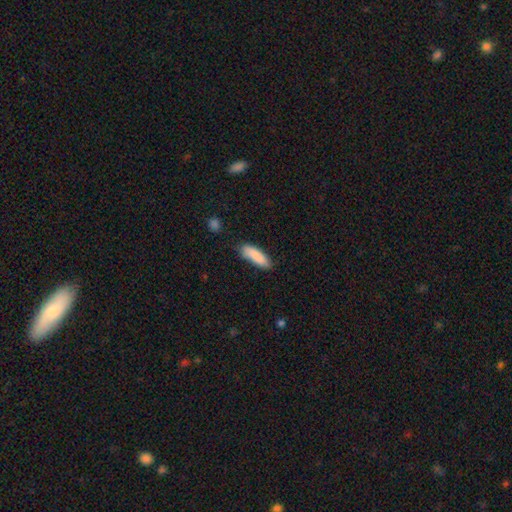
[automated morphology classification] Smooth or featured? Predicted: smooth (p=0.88). How rounded? Predicted: cigar-shaped (p=0.51). Merging? Predicted: none (p=0.75).